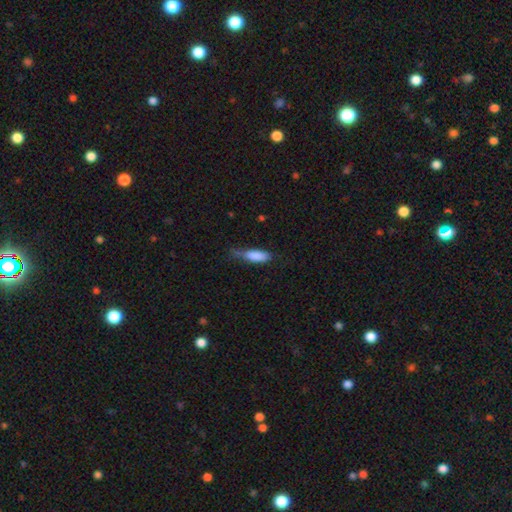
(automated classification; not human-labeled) Smooth or featured?
  - smooth: 84% *
  - featured or disk: 10%
  - star or artifact: 7%
How rounded?
  - in between: 61% *
  - cigar-shaped: 37%
  - round: 2%
Merging?
  - none: 42% *
  - minor disturbance: 41%
  - major disturbance: 14%
  - merger: 3%